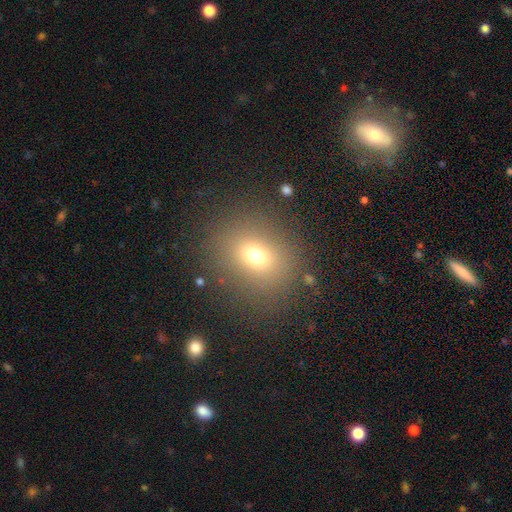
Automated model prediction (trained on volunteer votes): Smooth or featured?
  - smooth: 69% *
  - star or artifact: 19%
  - featured or disk: 12%
How rounded?
  - round: 65% *
  - in between: 34%
  - cigar-shaped: 1%
Merging?
  - none: 83% *
  - minor disturbance: 9%
  - major disturbance: 6%
  - merger: 2%